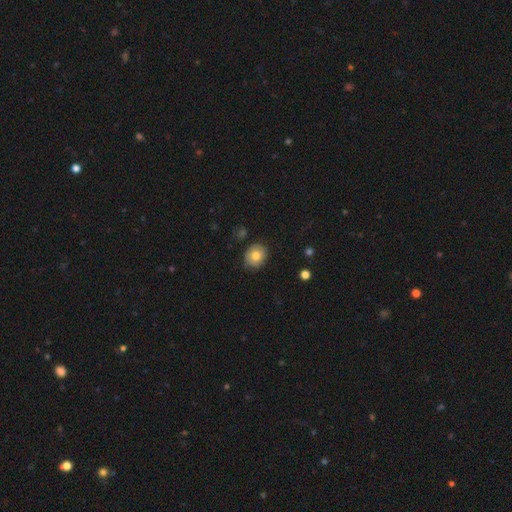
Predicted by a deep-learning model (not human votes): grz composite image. It shows a smooth galaxy with no disk features (78%) that is round (69%). Merging: none (80%).